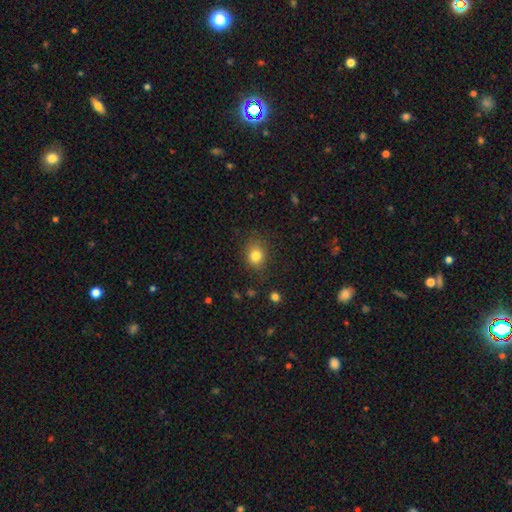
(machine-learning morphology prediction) Smooth or featured?
  - smooth: 82% *
  - star or artifact: 11%
  - featured or disk: 7%
How rounded?
  - round: 57% *
  - in between: 42%
  - cigar-shaped: 1%
Merging?
  - none: 81% *
  - minor disturbance: 13%
  - major disturbance: 4%
  - merger: 1%